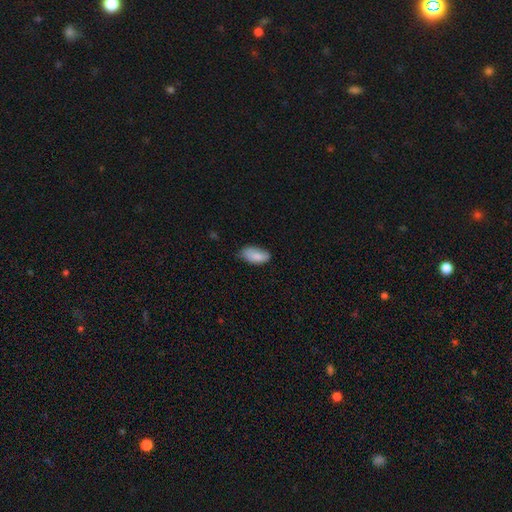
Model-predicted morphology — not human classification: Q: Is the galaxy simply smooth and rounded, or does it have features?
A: smooth — 85%.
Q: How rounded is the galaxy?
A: in between — 93%.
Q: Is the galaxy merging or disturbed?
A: none — 60%.